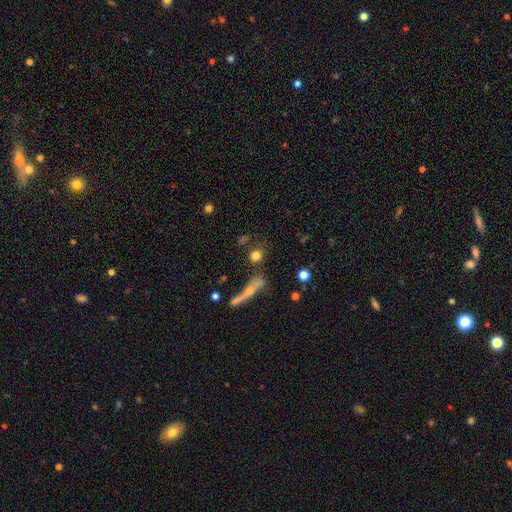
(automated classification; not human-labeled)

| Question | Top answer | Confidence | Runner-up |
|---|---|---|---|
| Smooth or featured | smooth | 74% | featured or disk (13%) |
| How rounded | round | 75% | in between (16%) |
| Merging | none | 69% | minor disturbance (13%) |